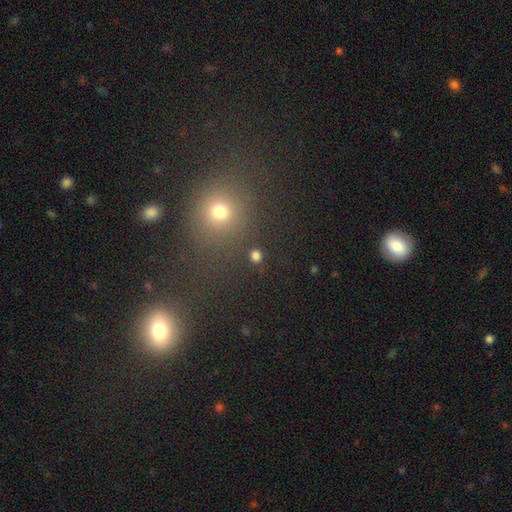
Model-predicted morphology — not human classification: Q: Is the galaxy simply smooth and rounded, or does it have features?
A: smooth — 79%.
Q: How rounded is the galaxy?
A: round — 87%.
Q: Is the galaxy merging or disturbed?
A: none — 87%.